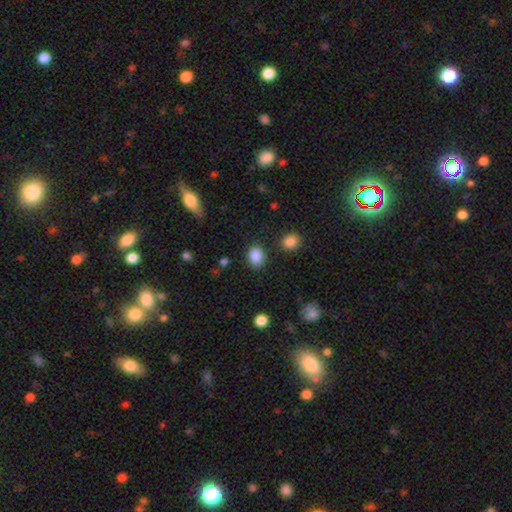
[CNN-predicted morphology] A smooth galaxy with no disk features (87%) that is in between round and cigar-shaped (51%).

Vote fractions:
- Smooth or featured? smooth: 87% / star or artifact: 9% / featured or disk: 4%
- How rounded? in between: 51% / round: 48% / cigar-shaped: 1%
- Merging? none: 82% / minor disturbance: 11% / major disturbance: 3% / merger: 3%